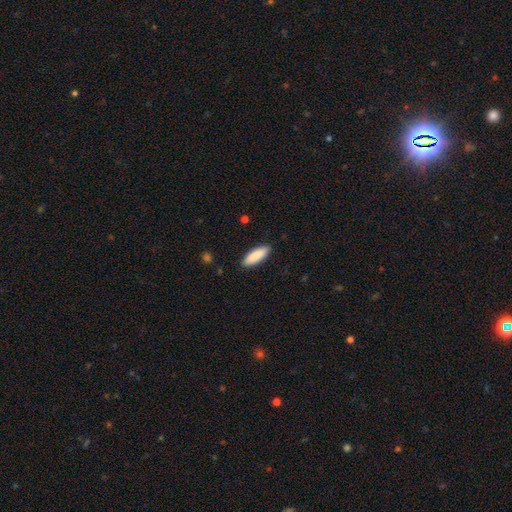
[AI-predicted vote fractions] Smooth or featured? Predicted: smooth (p=0.89). How rounded? Predicted: in between (p=0.58). Merging? Predicted: none (p=0.90).